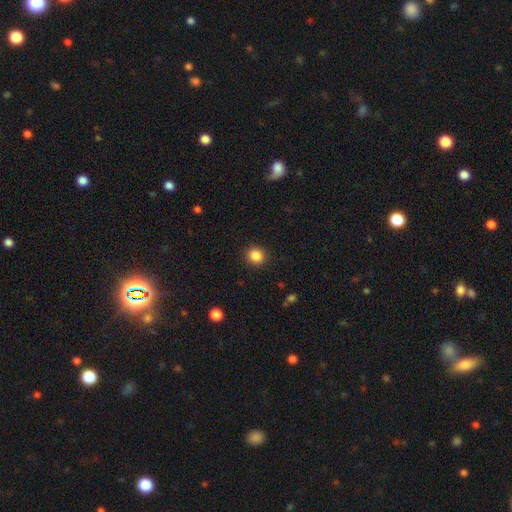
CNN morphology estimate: The model was most divided on "smooth or featured": smooth: 86%, star or artifact: 11%, featured or disk: 4%. More confident: merging — none (90%); how rounded — round (88%).